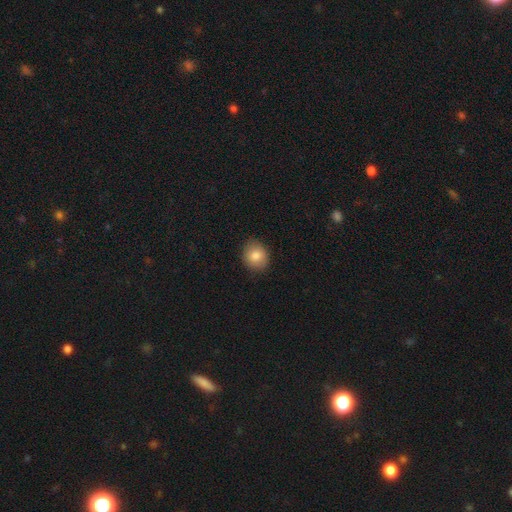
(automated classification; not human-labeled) Q: Smooth or featured?
A: smooth (83%); runner-up: star or artifact (9%)
Q: How rounded?
A: round (67%); runner-up: in between (32%)
Q: Merging?
A: none (87%); runner-up: minor disturbance (10%)